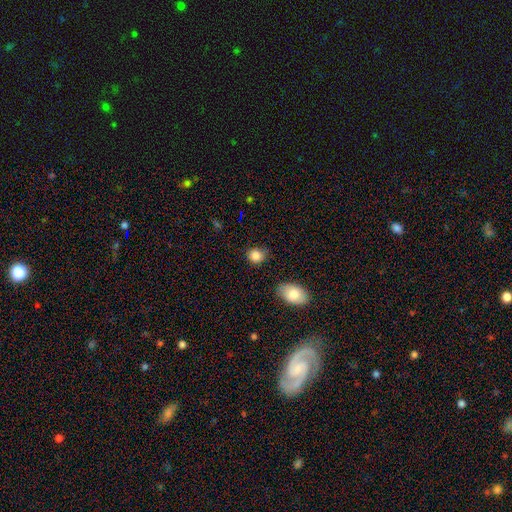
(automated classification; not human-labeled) A smooth galaxy with no disk features (86%) that is round (64%). Merging: none (76%).